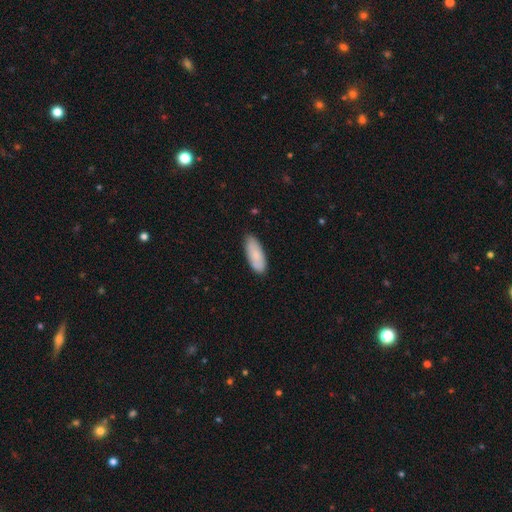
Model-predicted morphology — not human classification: A smooth galaxy with no disk features (83%) that is in between round and cigar-shaped (76%). Merging: none (83%).